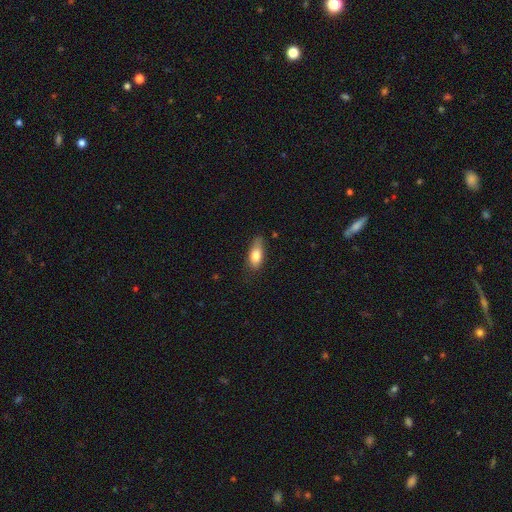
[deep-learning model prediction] Q: Smooth or featured?
A: smooth (79%); runner-up: featured or disk (14%)
Q: How rounded?
A: in between (81%); runner-up: cigar-shaped (15%)
Q: Merging?
A: none (61%); runner-up: minor disturbance (30%)